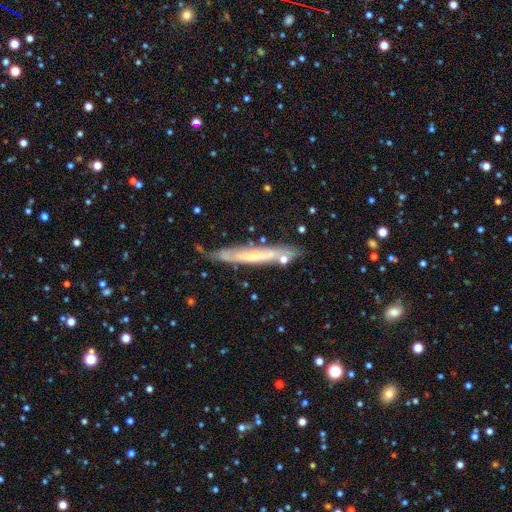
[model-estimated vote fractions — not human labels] This appears to be a featured or disk galaxy (56%) viewed edge-on (79%). Merging: none (70%).